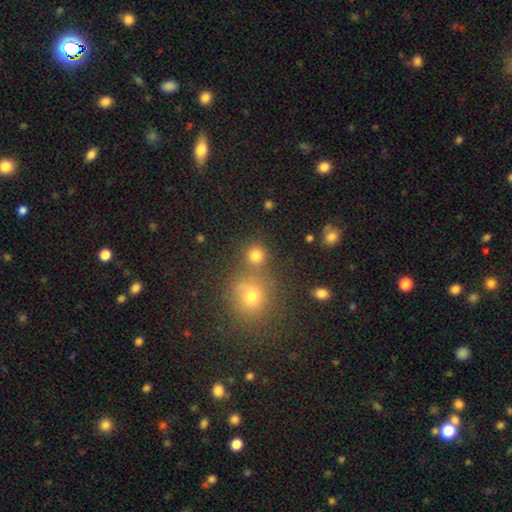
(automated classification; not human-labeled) Smooth or featured?
  - smooth: 79% *
  - star or artifact: 15%
  - featured or disk: 6%
How rounded?
  - round: 89% *
  - in between: 10%
  - cigar-shaped: 1%
Merging?
  - none: 67% *
  - merger: 22%
  - minor disturbance: 7%
  - major disturbance: 4%